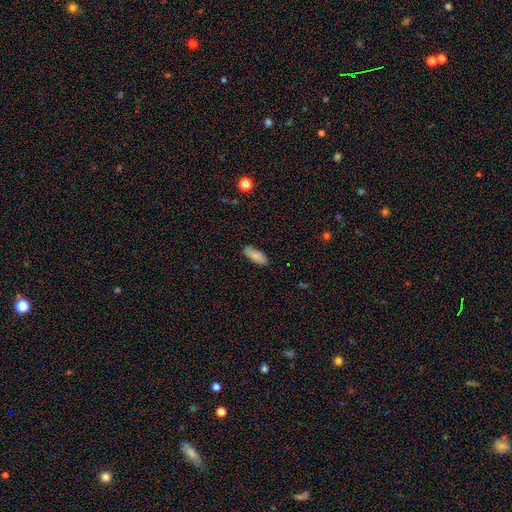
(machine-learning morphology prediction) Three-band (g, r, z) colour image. It shows a smooth galaxy with no disk features (82%) that is in between round and cigar-shaped (84%). Merging: none (83%).